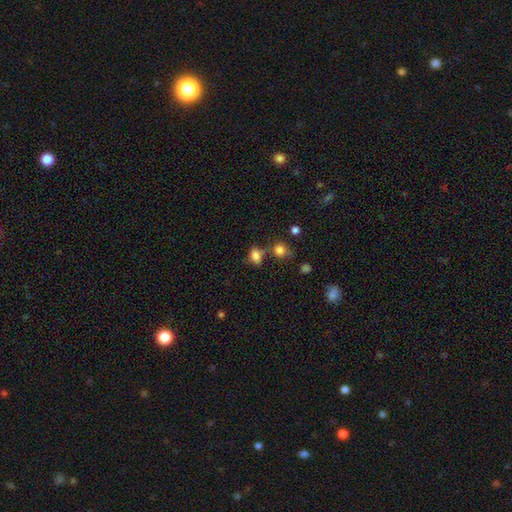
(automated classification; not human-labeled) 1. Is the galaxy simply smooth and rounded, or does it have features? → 79% smooth, 13% star or artifact, 9% featured or disk.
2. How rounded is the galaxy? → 70% in between, 27% round, 3% cigar-shaped.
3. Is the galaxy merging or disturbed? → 53% none, 22% merger, 18% minor disturbance, 7% major disturbance.